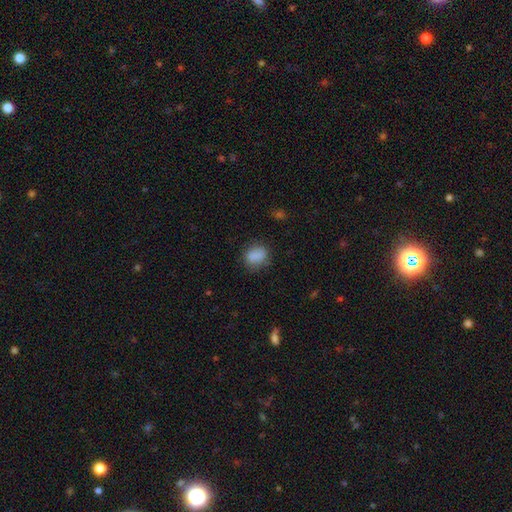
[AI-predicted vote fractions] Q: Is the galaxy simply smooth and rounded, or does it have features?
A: smooth — 84%.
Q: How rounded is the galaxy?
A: in between — 56%.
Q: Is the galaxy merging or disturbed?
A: none — 73%.